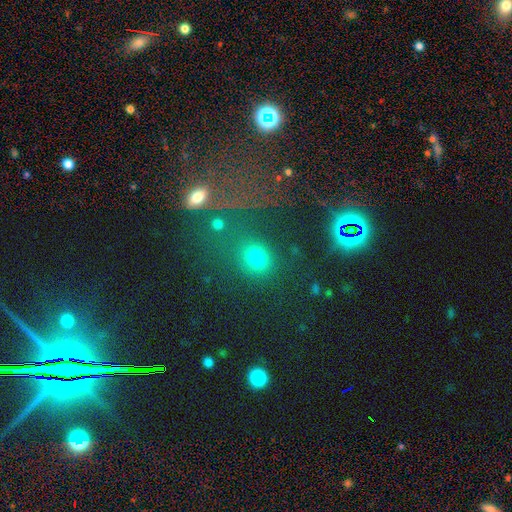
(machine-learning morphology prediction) Smooth or featured?
  - smooth: 65% *
  - star or artifact: 25%
  - featured or disk: 10%
How rounded?
  - in between: 50% *
  - round: 45%
  - cigar-shaped: 4%
Merging?
  - none: 60% *
  - minor disturbance: 15%
  - merger: 15%
  - major disturbance: 10%